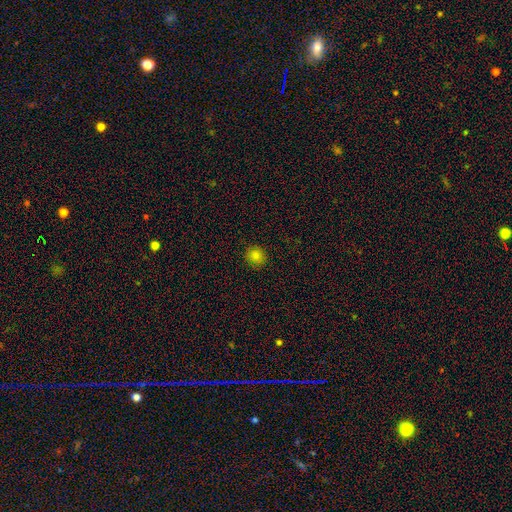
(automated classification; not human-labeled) Smooth or featured: smooth — 82% (star or artifact — 13%)
How rounded: round — 89% (in between — 10%)
Merging: none — 91% (minor disturbance — 7%)